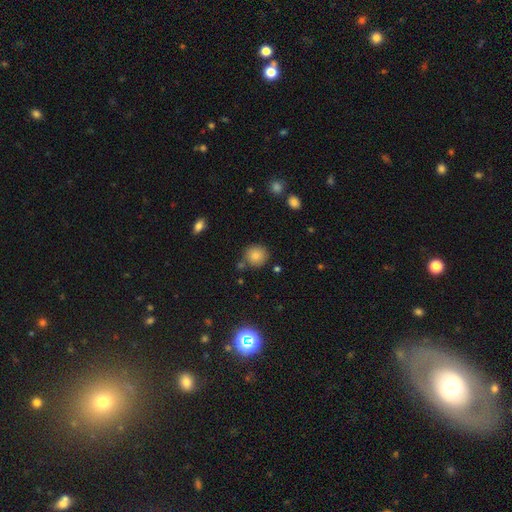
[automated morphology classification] smooth_or_featured: smooth (p=0.82) [alt: star or artifact p=0.11]
how_rounded: round (p=0.91) [alt: in between p=0.08]
merging: none (p=0.82) [alt: minor disturbance p=0.09]